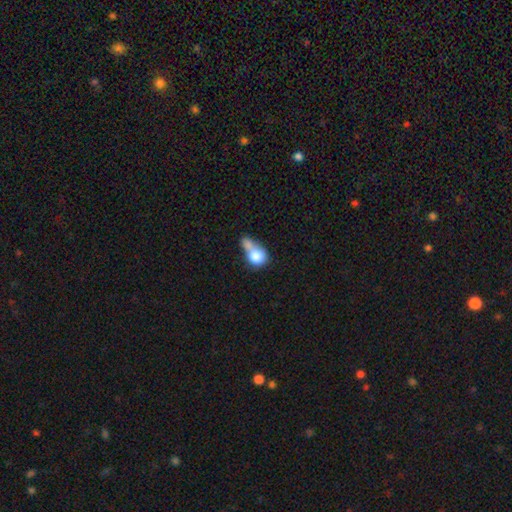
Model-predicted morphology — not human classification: Smooth or featured?
  - smooth: 76% *
  - featured or disk: 15%
  - star or artifact: 9%
How rounded?
  - round: 60% *
  - in between: 37%
  - cigar-shaped: 2%
Merging?
  - merger: 62% *
  - none: 18%
  - minor disturbance: 11%
  - major disturbance: 9%